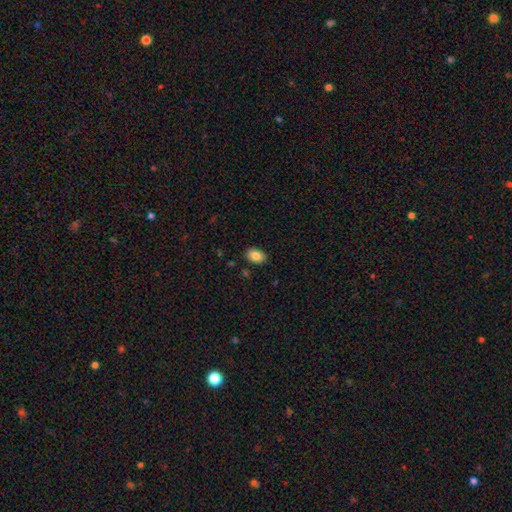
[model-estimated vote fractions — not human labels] The model was most divided on "how rounded": in between: 82%, round: 17%, cigar-shaped: 1%. More confident: merging — none (87%); smooth or featured — smooth (85%).